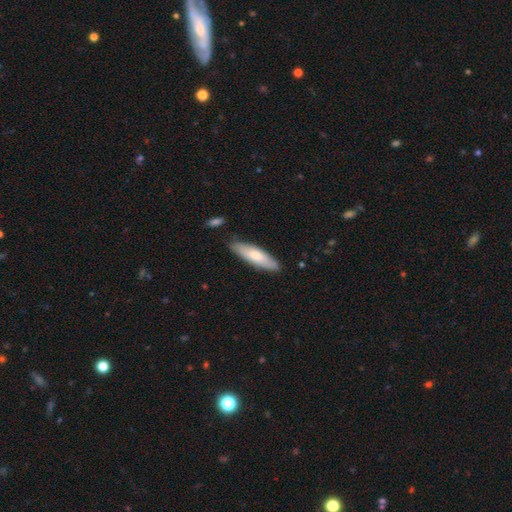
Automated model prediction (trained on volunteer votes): Smooth or featured: smooth — 70% (featured or disk — 25%)
How rounded: cigar-shaped — 64% (in between — 35%)
Merging: none — 84% (minor disturbance — 12%)